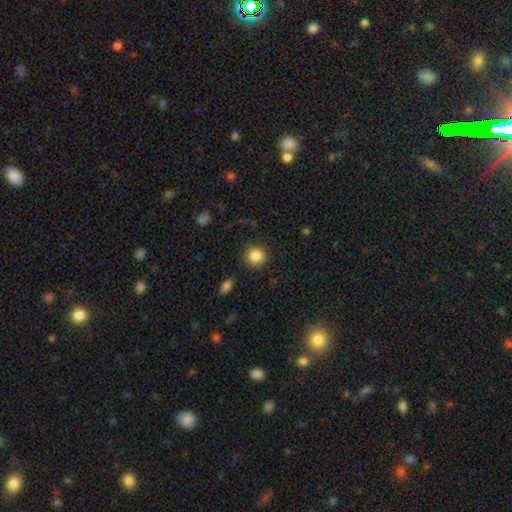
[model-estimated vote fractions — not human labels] Smooth or featured? Predicted: smooth (p=0.85). How rounded? Predicted: round (p=0.92). Merging? Predicted: none (p=0.89).